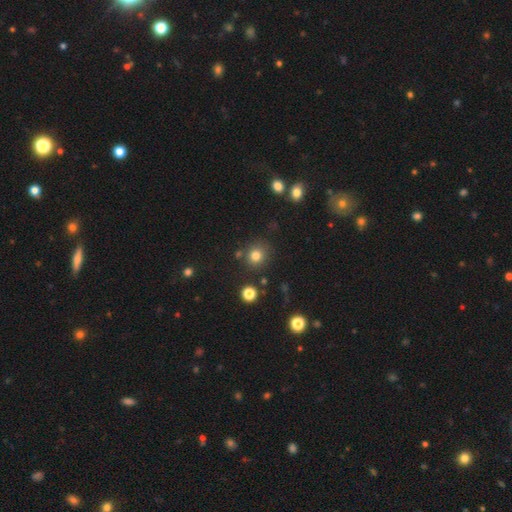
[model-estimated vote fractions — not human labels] Smooth or featured?
  - smooth: 79% *
  - star or artifact: 14%
  - featured or disk: 7%
How rounded?
  - round: 87% *
  - in between: 12%
  - cigar-shaped: 1%
Merging?
  - none: 81% *
  - minor disturbance: 10%
  - merger: 6%
  - major disturbance: 3%